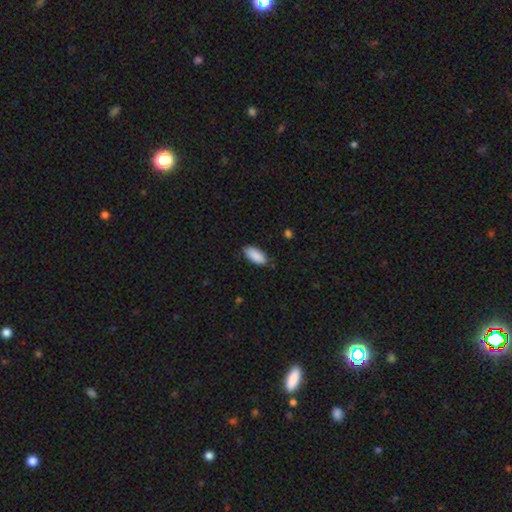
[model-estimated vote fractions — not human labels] A smooth galaxy with no disk features (90%) that is in between round and cigar-shaped (90%).

Vote fractions:
- Smooth or featured? smooth: 90% / star or artifact: 6% / featured or disk: 4%
- How rounded? in between: 90% / cigar-shaped: 9% / round: 2%
- Merging? none: 84% / minor disturbance: 13% / major disturbance: 2% / merger: 1%